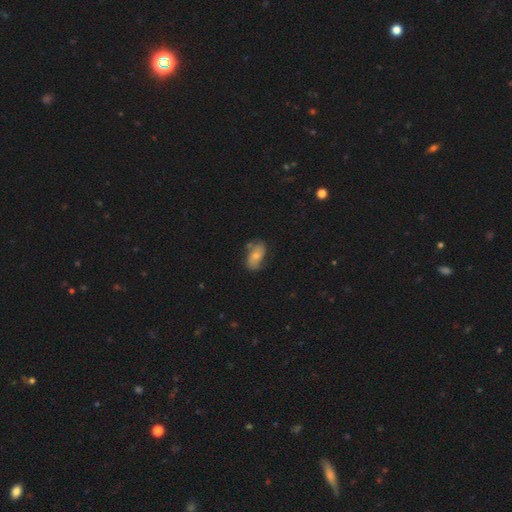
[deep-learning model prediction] Smooth or featured: smooth — 61% (featured or disk — 32%)
How rounded: in between — 90% (round — 6%)
Merging: none — 62% (minor disturbance — 25%)